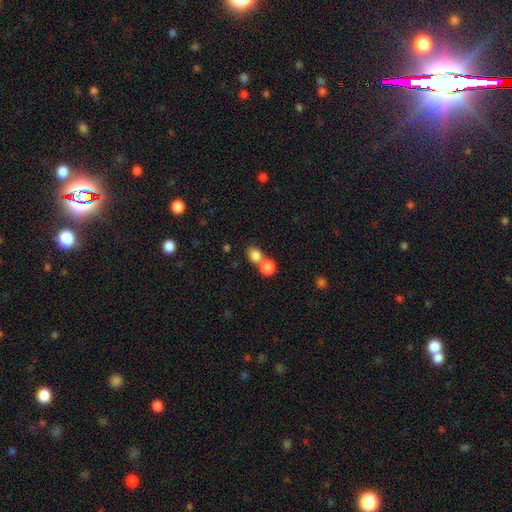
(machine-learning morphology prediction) smooth-or-featured: smooth: 82% | star or artifact: 10% | featured or disk: 8%
  how-rounded: round: 62% | in between: 37% | cigar-shaped: 1%
  merging: merger: 51% | none: 39% | minor disturbance: 7% | major disturbance: 3%